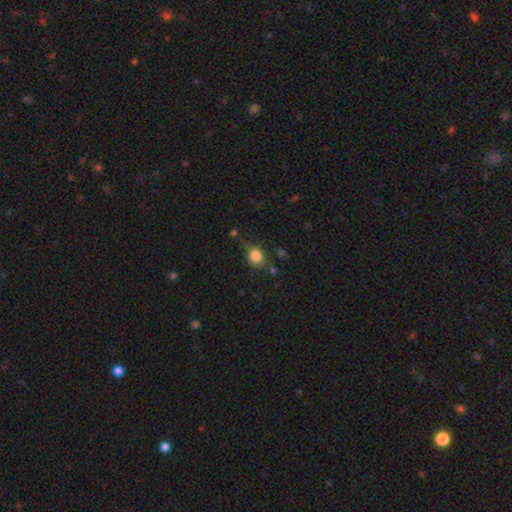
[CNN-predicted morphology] The model was most divided on "merging": none: 58%, minor disturbance: 27%, major disturbance: 9%, merger: 6%. More confident: smooth or featured — smooth (81%); how rounded — round (73%).